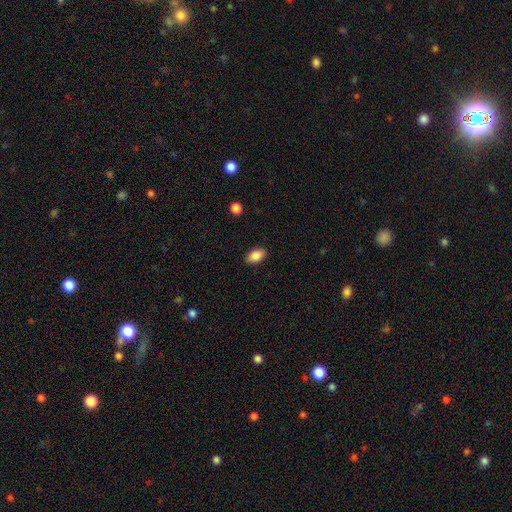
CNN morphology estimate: Smooth or featured: smooth — 86% (star or artifact — 8%)
How rounded: in between — 91% (round — 6%)
Merging: none — 88% (minor disturbance — 9%)